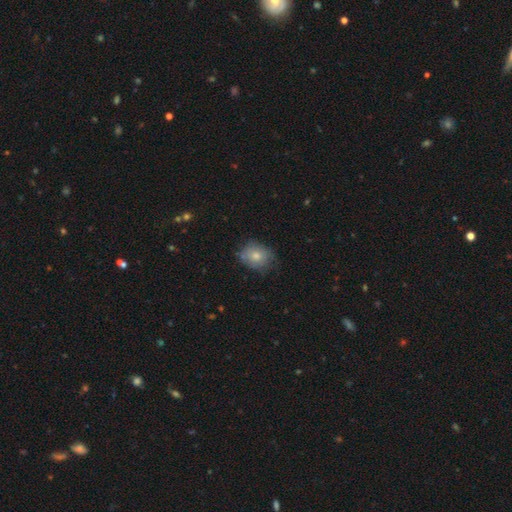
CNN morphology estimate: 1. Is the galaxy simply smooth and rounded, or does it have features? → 77% smooth, 15% featured or disk, 8% star or artifact.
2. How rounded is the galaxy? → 55% round, 44% in between, 1% cigar-shaped.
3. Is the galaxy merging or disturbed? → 67% none, 25% minor disturbance, 6% major disturbance, 2% merger.